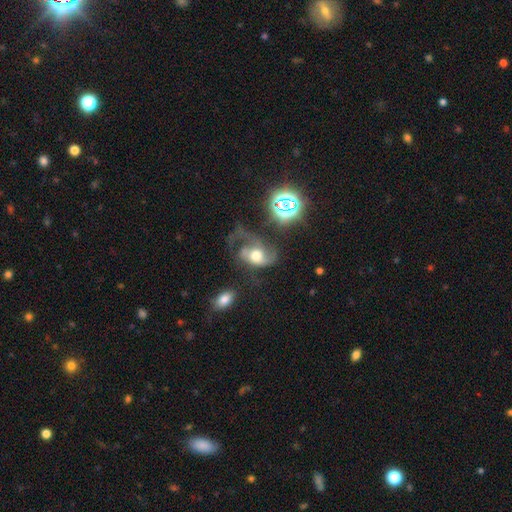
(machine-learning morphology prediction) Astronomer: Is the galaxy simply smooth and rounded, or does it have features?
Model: featured or disk — 66%.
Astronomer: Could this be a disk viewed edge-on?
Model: no — 96%.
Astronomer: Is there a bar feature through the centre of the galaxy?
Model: no — 70%.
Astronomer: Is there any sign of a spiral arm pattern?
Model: yes — 83%.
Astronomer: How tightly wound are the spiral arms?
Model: loose — 48% (runner-up: medium, 39%).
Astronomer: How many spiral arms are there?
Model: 2 — 52%.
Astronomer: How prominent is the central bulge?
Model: moderate — 61%.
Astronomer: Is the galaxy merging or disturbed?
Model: major disturbance — 53%.